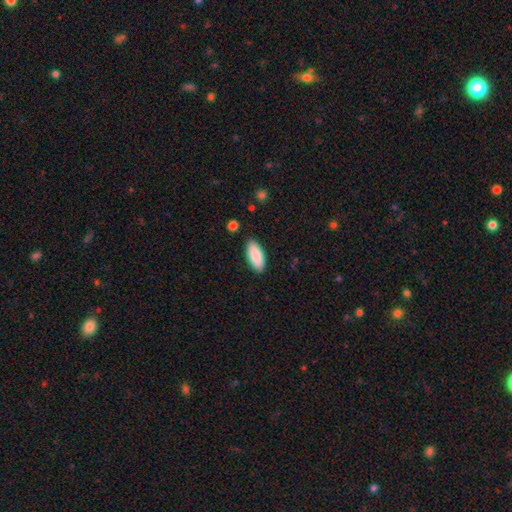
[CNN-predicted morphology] Smooth or featured?
  - smooth: 89% *
  - star or artifact: 6%
  - featured or disk: 5%
How rounded?
  - in between: 87% *
  - cigar-shaped: 11%
  - round: 2%
Merging?
  - none: 88% *
  - minor disturbance: 9%
  - major disturbance: 2%
  - merger: 1%